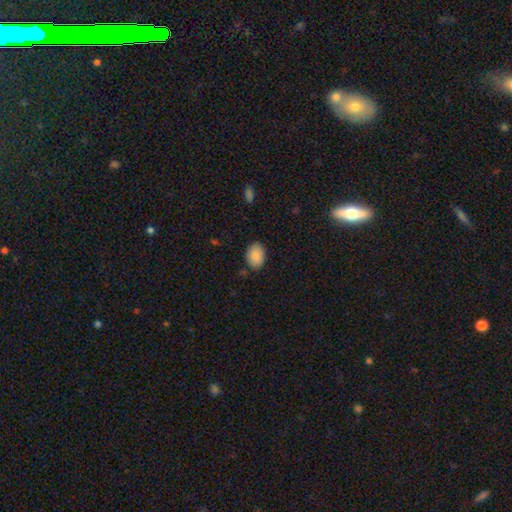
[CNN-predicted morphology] Overall: smooth (88%). How rounded: in between (78%). Merging: none (84%).